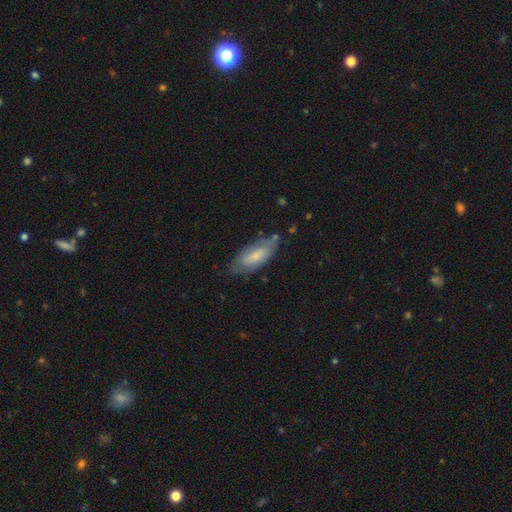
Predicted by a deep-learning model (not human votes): This appears to be a smooth galaxy with no disk features (63%) that is in between round and cigar-shaped (81%). Merging: none (67%).